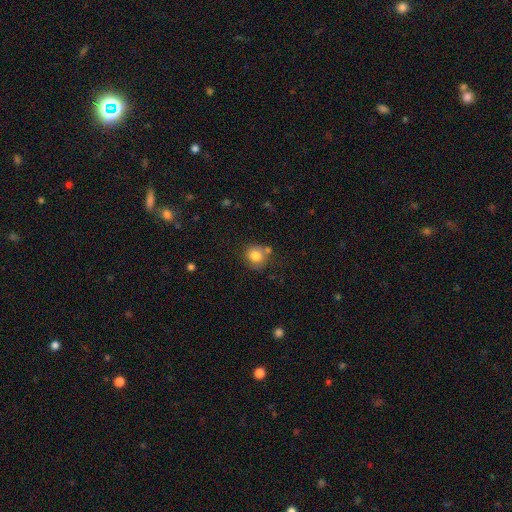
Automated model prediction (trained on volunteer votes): The model was most divided on "merging": none: 64%, minor disturbance: 17%, merger: 13%, major disturbance: 5%. More confident: how rounded — round (83%); smooth or featured — smooth (80%).